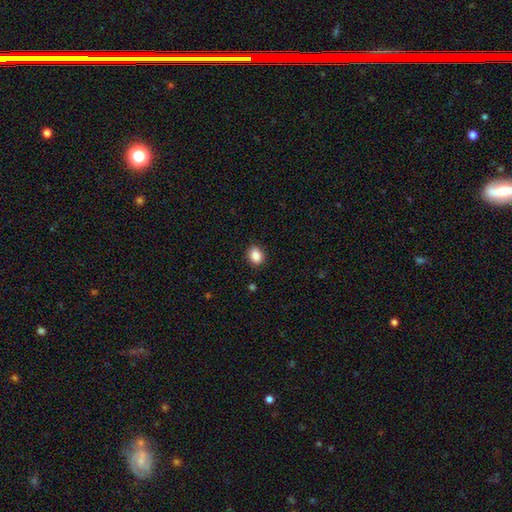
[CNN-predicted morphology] The model was most divided on "how rounded": in between: 57%, round: 42%, cigar-shaped: 1%. More confident: smooth or featured — smooth (88%); merging — none (88%).